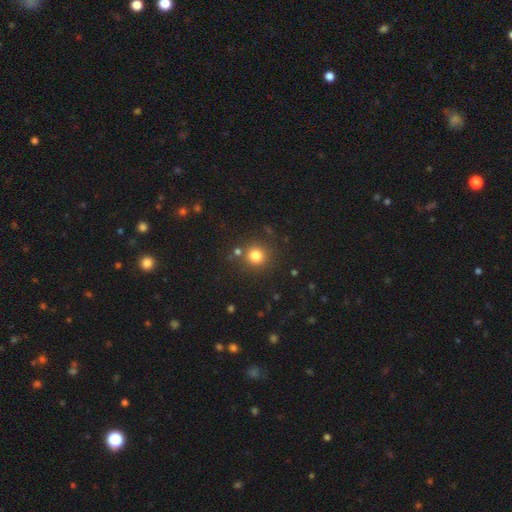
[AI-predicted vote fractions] Smooth or featured? smooth (80%)
How rounded? round (93%)
Merging? none (82%)